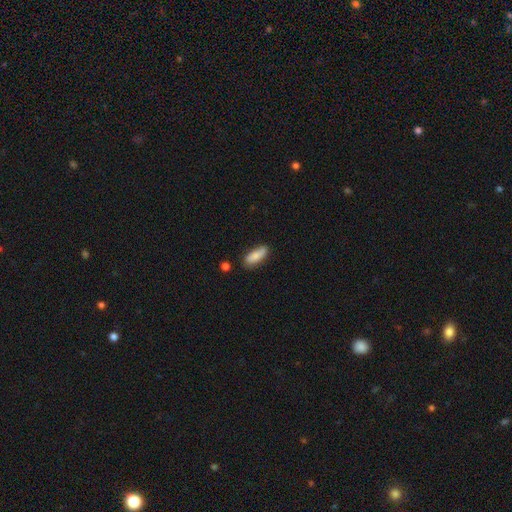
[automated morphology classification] smooth 83%, featured or disk 11%, star or artifact 6%. Down the decision tree: how rounded — in between (67%); merging — none (77%).